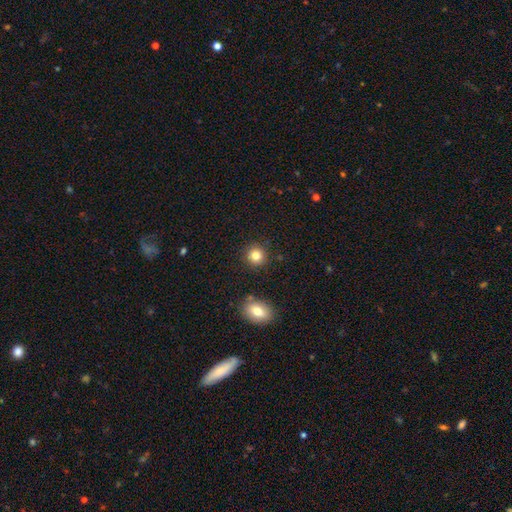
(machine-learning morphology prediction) Smooth or featured? smooth (82%)
How rounded? round (90%)
Merging? none (88%)